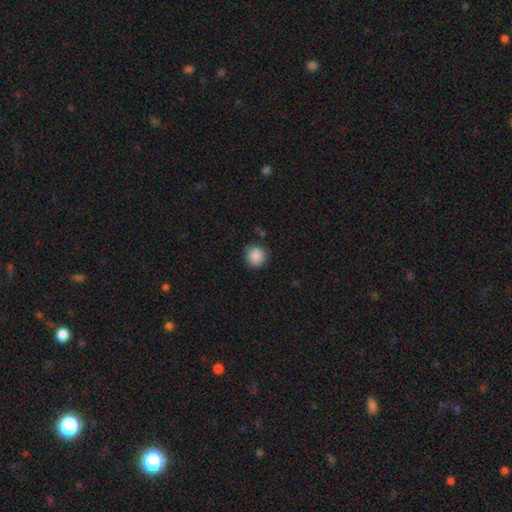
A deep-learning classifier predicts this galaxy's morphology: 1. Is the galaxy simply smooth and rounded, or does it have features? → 88% smooth, 9% star or artifact, 3% featured or disk.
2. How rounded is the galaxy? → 93% round, 6% in between, 1% cigar-shaped.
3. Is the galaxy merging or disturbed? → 88% none, 8% minor disturbance, 2% major disturbance, 1% merger.